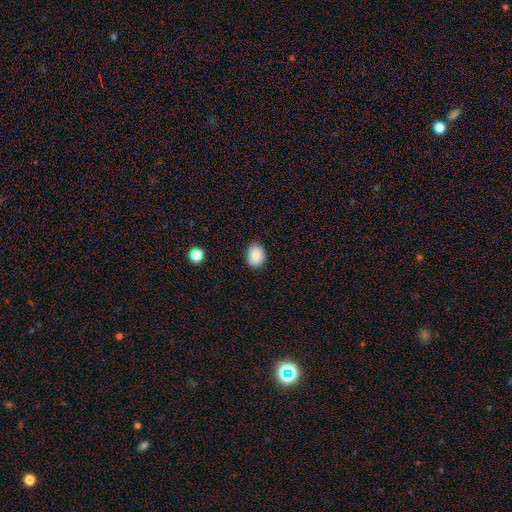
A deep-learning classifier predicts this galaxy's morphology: Q: Smooth or featured?
A: smooth (86%); runner-up: star or artifact (8%)
Q: How rounded?
A: in between (64%); runner-up: round (35%)
Q: Merging?
A: none (86%); runner-up: minor disturbance (11%)